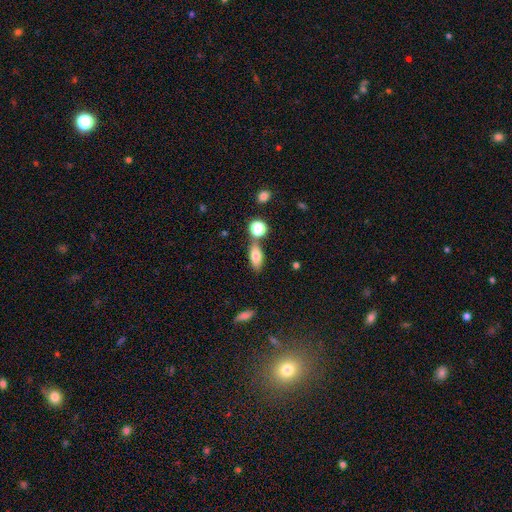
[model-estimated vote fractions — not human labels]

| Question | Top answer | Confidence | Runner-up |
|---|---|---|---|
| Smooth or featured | smooth | 79% | featured or disk (12%) |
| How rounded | in between | 80% | cigar-shaped (14%) |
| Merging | none | 66% | merger (17%) |